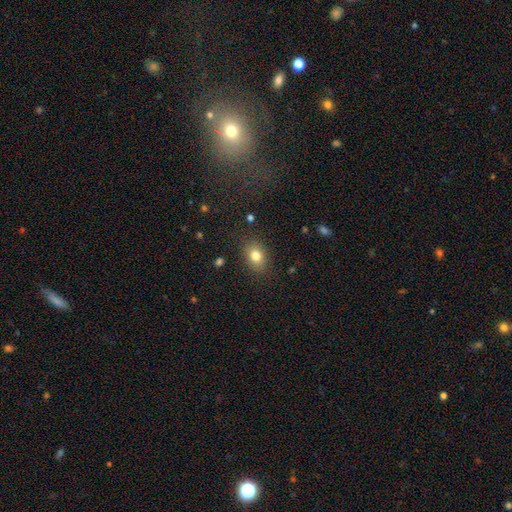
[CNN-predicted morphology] This appears to be a smooth galaxy with no disk features (80%) that is in between round and cigar-shaped (68%). Merging: none (84%).